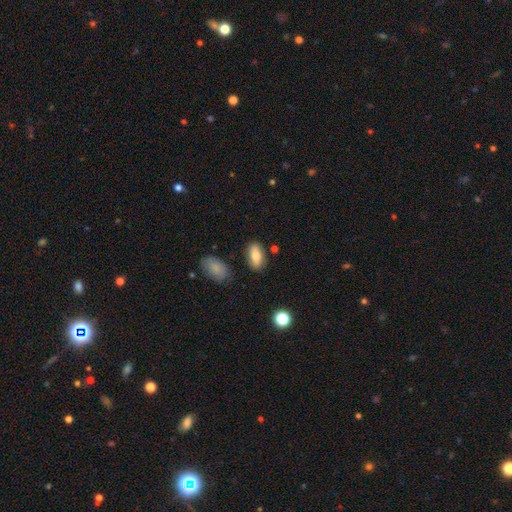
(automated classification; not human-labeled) This appears to be a smooth galaxy with no disk features (77%) that is in between round and cigar-shaped (88%). Merging: none (83%).